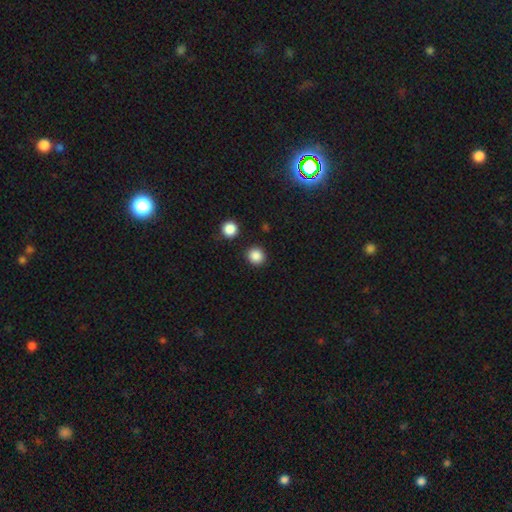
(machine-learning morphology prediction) smooth-or-featured: smooth: 86% | star or artifact: 11% | featured or disk: 3%
  how-rounded: round: 89% | in between: 10% | cigar-shaped: 1%
  merging: none: 89% | minor disturbance: 6% | merger: 3% | major disturbance: 2%